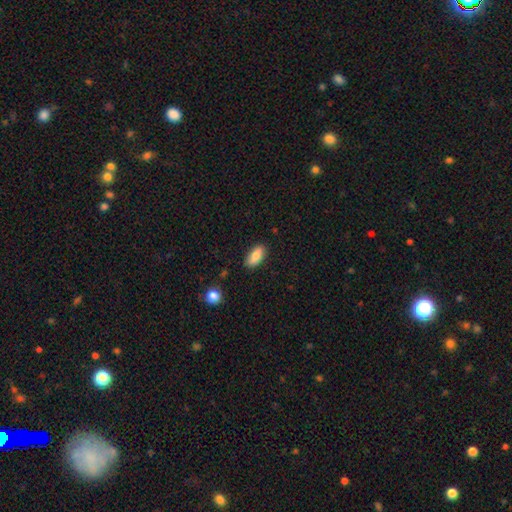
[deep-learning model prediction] Q: Smooth or featured?
A: smooth (84%); runner-up: featured or disk (9%)
Q: How rounded?
A: in between (87%); runner-up: cigar-shaped (10%)
Q: Merging?
A: none (84%); runner-up: minor disturbance (12%)